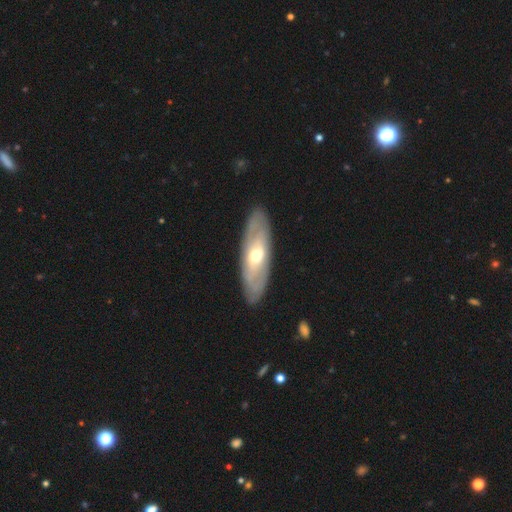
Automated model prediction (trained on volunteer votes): The model was most divided on "smooth or featured": featured or disk: 59%, smooth: 36%, star or artifact: 5%. More confident: merging — none (87%); edge-on disk — no (76%).